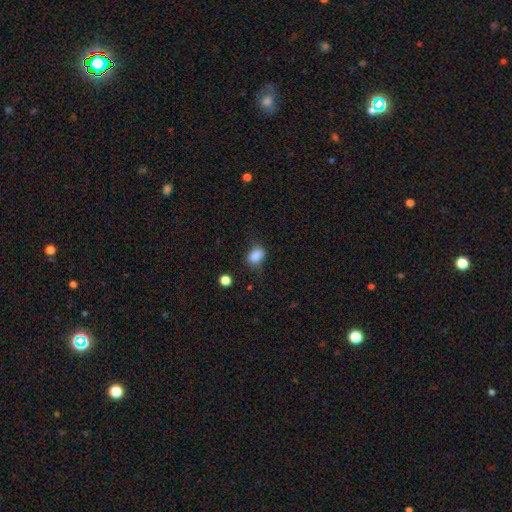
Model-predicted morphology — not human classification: smooth_or_featured: smooth (p=0.85) [alt: star or artifact p=0.10]
how_rounded: in between (p=0.69) [alt: round p=0.30]
merging: none (p=0.64) [alt: minor disturbance p=0.25]